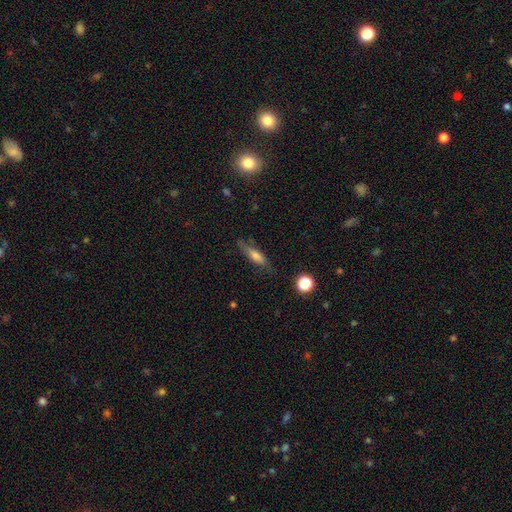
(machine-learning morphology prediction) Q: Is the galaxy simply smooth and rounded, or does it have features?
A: smooth — 63%.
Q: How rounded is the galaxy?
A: cigar-shaped — 60%.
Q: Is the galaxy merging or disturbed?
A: none — 73%.